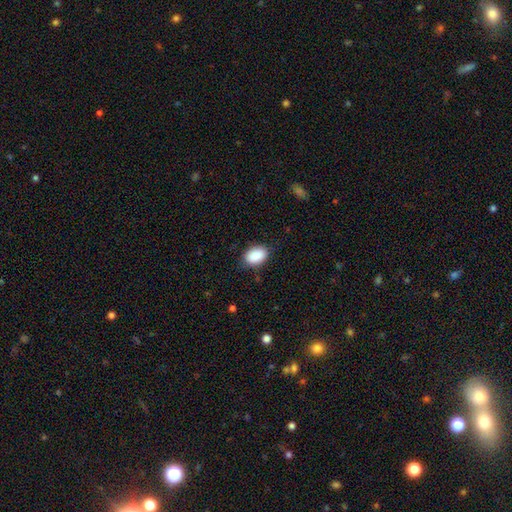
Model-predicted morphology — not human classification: smooth-or-featured: smooth: 90% | star or artifact: 7% | featured or disk: 3%
  how-rounded: in between: 86% | round: 13% | cigar-shaped: 1%
  merging: none: 84% | minor disturbance: 12% | major disturbance: 3% | merger: 1%